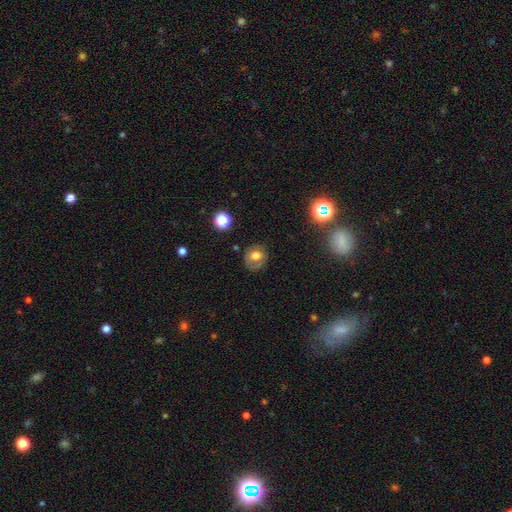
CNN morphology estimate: smooth 59%, featured or disk 29%, star or artifact 11%. Down the decision tree: how rounded — round (70%); merging — none (73%).